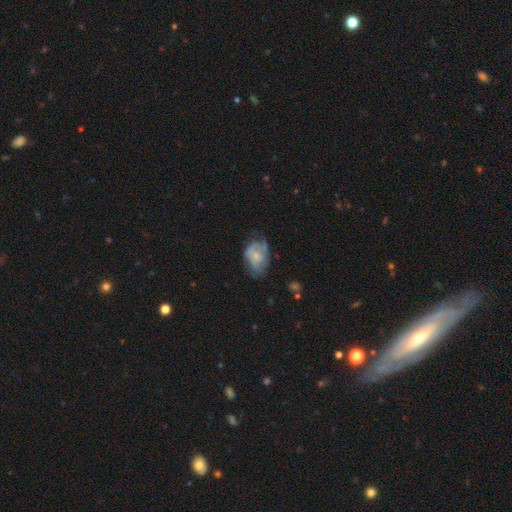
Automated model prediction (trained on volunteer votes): smooth-or-featured: featured or disk: 53% | smooth: 39% | star or artifact: 8%
  disk-edge-on: no: 97% | yes: 3%
    bar: no: 76% | weak: 21% | strong: 3%
    has-spiral-arms: yes: 62% | no: 38%
    bulge-size: small: 56% | moderate: 25% | none: 15% | large: 2% | dominant: 1%
  merging: none: 46% | minor disturbance: 31% | major disturbance: 20% | merger: 2%